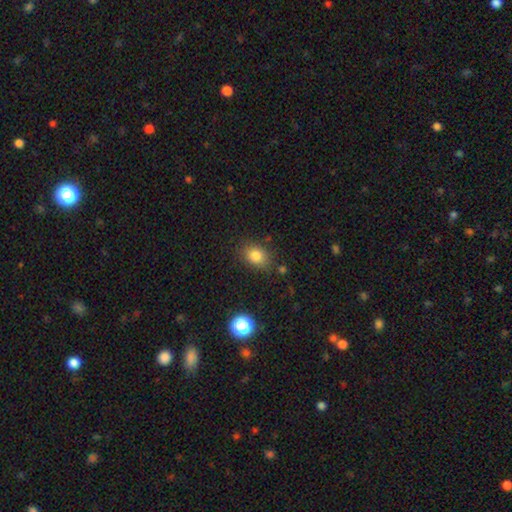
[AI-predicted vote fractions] Smooth or featured? Predicted: smooth (p=0.82). How rounded? Predicted: in between (p=0.62). Merging? Predicted: none (p=0.79).